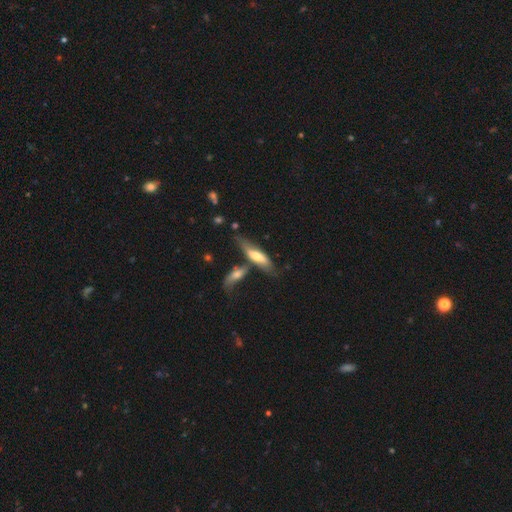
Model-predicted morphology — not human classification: type=smooth (51%); roundness=cigar-shaped (55%); merging=none (46%).